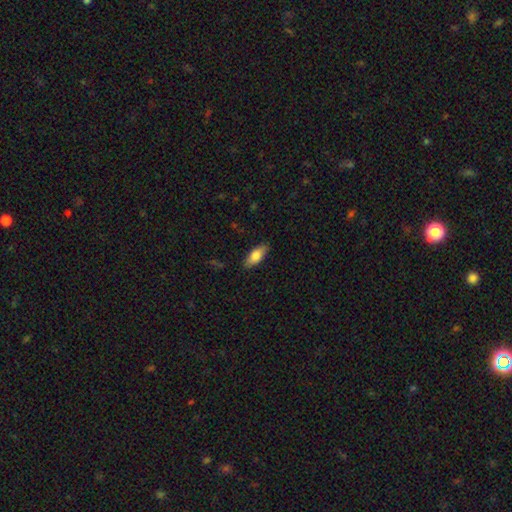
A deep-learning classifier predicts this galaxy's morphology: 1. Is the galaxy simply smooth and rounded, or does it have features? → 77% smooth, 16% featured or disk, 6% star or artifact.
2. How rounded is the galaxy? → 81% in between, 17% cigar-shaped, 2% round.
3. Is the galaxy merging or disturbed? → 85% none, 11% minor disturbance, 2% major disturbance, 1% merger.